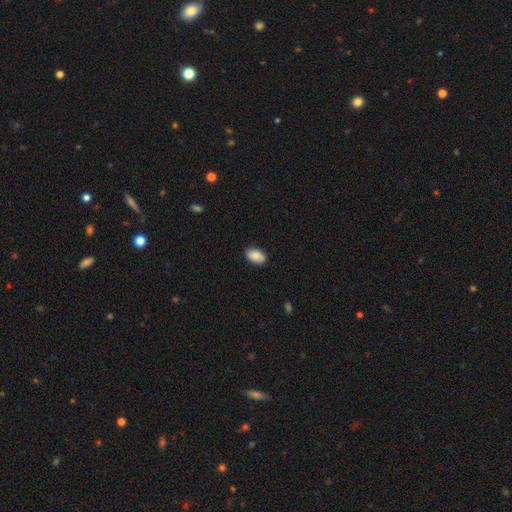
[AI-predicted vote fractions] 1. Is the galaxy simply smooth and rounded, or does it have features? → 85% smooth, 9% featured or disk, 7% star or artifact.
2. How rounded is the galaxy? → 93% in between, 6% round, 1% cigar-shaped.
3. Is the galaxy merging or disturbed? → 86% none, 11% minor disturbance, 2% major disturbance, 1% merger.